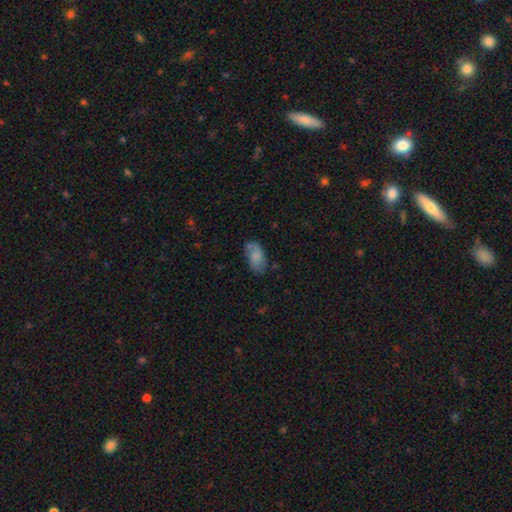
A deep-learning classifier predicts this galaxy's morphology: A smooth galaxy with no disk features (72%) that is in between round and cigar-shaped (94%).

Vote fractions:
- Smooth or featured? smooth: 72% / featured or disk: 20% / star or artifact: 8%
- How rounded? in between: 94% / round: 4% / cigar-shaped: 3%
- Merging? none: 63% / minor disturbance: 24% / major disturbance: 7% / merger: 5%